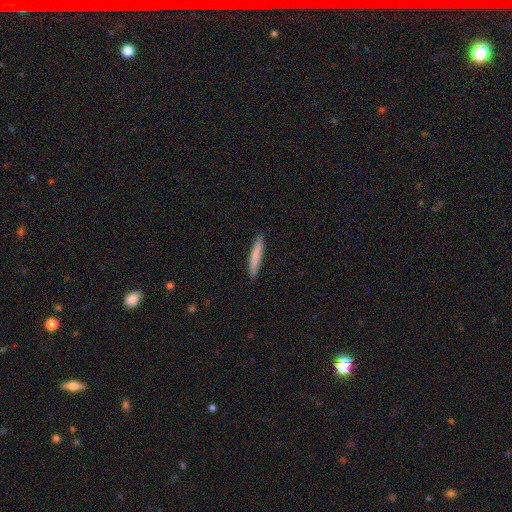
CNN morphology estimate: Smooth or featured?
  - smooth: 79% *
  - featured or disk: 16%
  - star or artifact: 5%
How rounded?
  - cigar-shaped: 93% *
  - in between: 6%
  - round: 1%
Merging?
  - none: 91% *
  - minor disturbance: 7%
  - major disturbance: 1%
  - merger: 1%